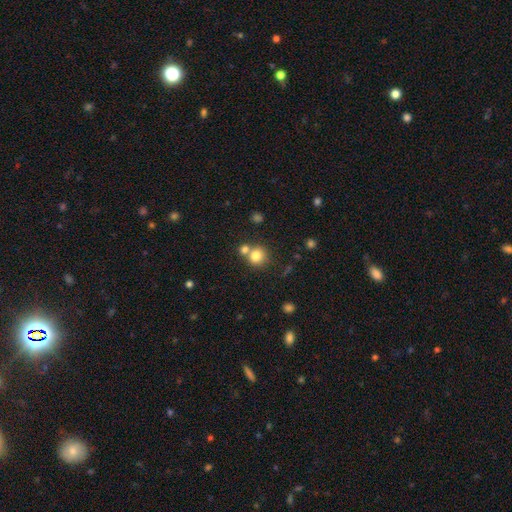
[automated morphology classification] type=smooth (80%); roundness=round (89%); merging=none (57%).